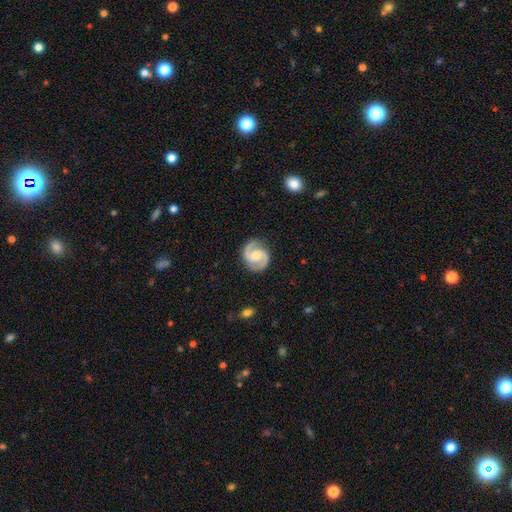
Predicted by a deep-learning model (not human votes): A featured or disk galaxy (91%) with no bar (49%), 2 (94%) medium (57%) spiral arms (98%) and a moderate central bulge (57%). Merging: none (86%).